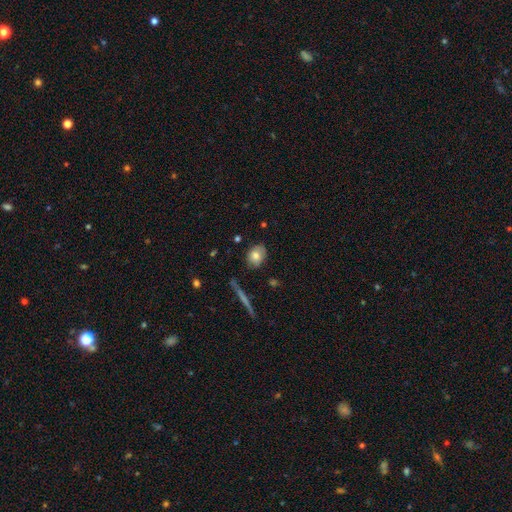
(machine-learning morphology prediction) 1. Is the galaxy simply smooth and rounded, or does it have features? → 77% smooth, 15% featured or disk, 8% star or artifact.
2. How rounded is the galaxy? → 68% in between, 29% round, 3% cigar-shaped.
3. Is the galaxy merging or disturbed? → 78% none, 17% minor disturbance, 3% major disturbance, 2% merger.